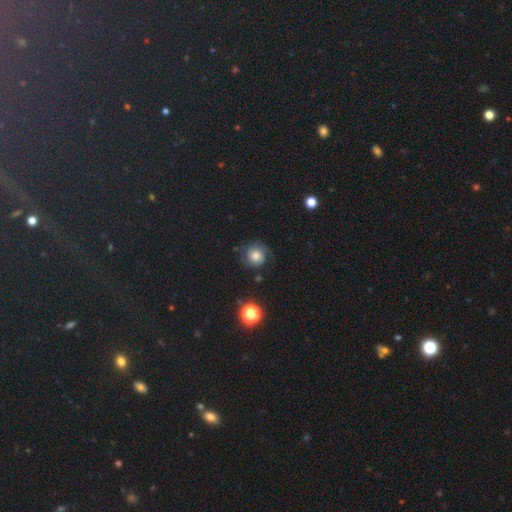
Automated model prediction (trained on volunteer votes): Smooth or featured? Predicted: smooth (p=0.59). How rounded? Predicted: round (p=0.89). Merging? Predicted: none (p=0.67).